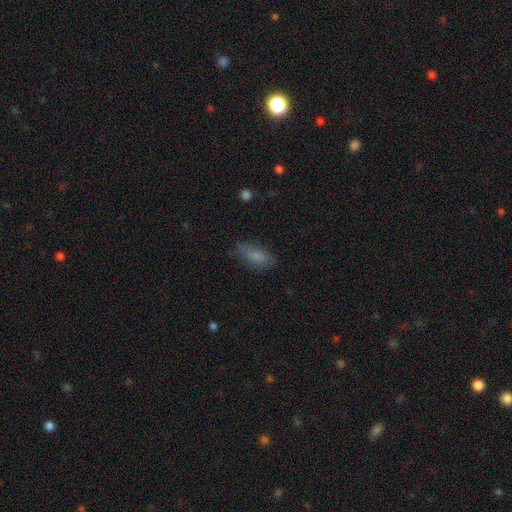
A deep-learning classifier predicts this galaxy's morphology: type=smooth (81%); roundness=in between (83%); merging=none (71%).